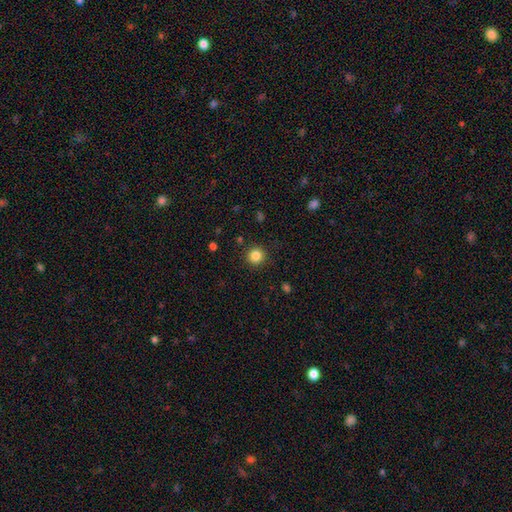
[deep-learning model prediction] smooth_or_featured: smooth (p=0.84) [alt: star or artifact p=0.11]
how_rounded: round (p=0.93) [alt: in between p=0.06]
merging: none (p=0.90) [alt: minor disturbance p=0.06]